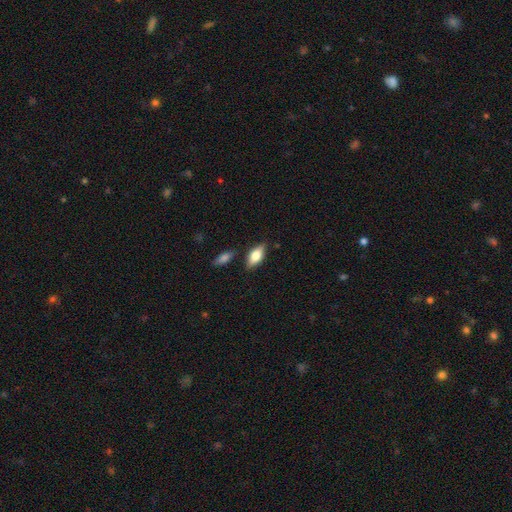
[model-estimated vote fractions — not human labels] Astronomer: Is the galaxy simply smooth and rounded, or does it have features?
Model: smooth — 69%.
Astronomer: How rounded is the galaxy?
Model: in between — 84%.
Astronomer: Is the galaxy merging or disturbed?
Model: none — 78%.